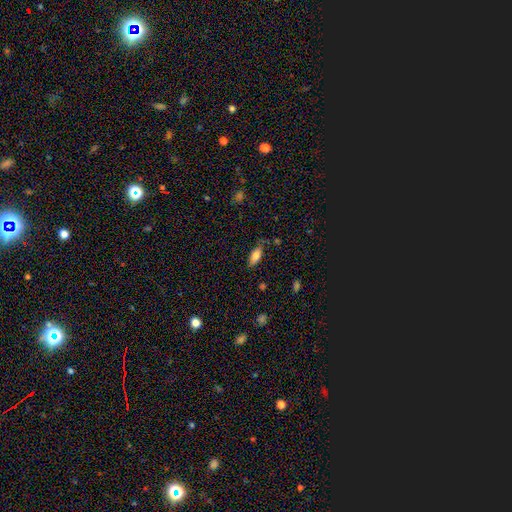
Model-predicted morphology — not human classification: Q: Smooth or featured?
A: smooth (78%); runner-up: featured or disk (14%)
Q: How rounded?
A: in between (83%); runner-up: cigar-shaped (15%)
Q: Merging?
A: none (76%); runner-up: minor disturbance (18%)